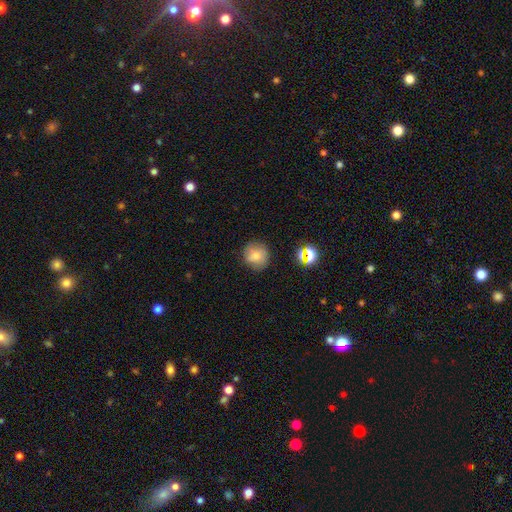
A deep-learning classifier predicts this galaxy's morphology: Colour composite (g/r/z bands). It shows a smooth galaxy with no disk features (75%) that is round (90%). Merging: none (82%).